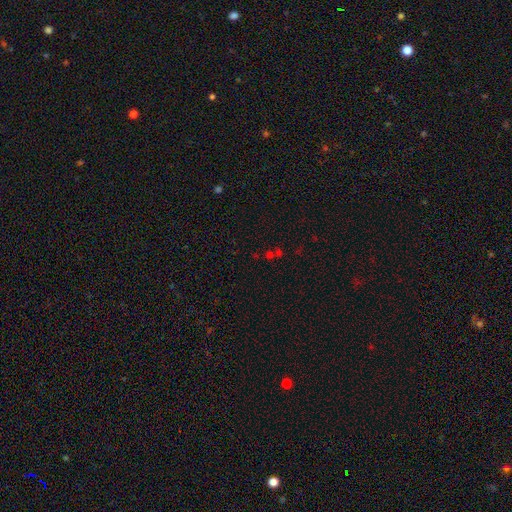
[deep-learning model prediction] star or artifact 50%, smooth 39%, featured or disk 11%.